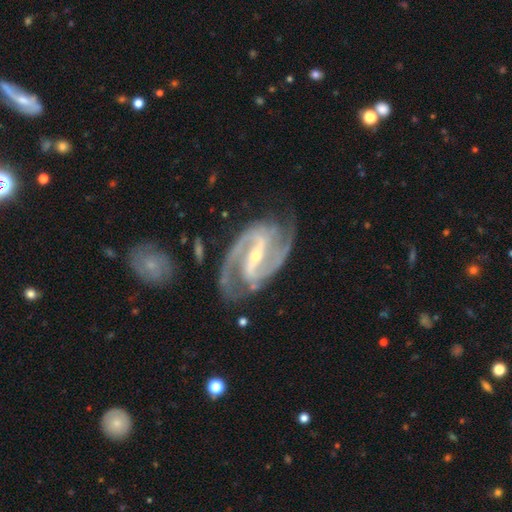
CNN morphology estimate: type=featured or disk (94%); edge-on=no (97%); bar=strong (71%); spiral arms=yes (98%); winding=medium (57%); arm count=2 (86%); bulge=small (64%); merging=none (75%).